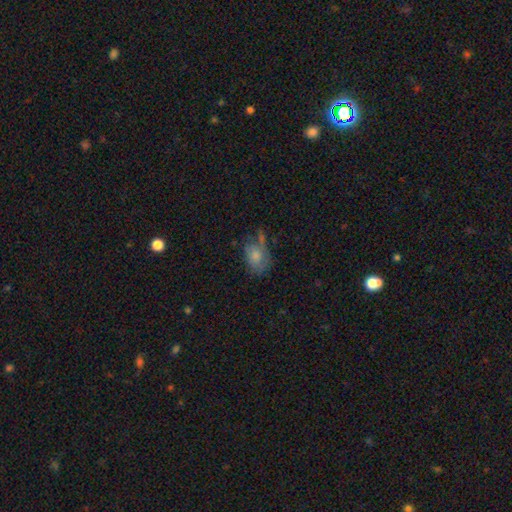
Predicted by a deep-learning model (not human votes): Smooth or featured? smooth (72%)
How rounded? in between (80%)
Merging? none (43%)